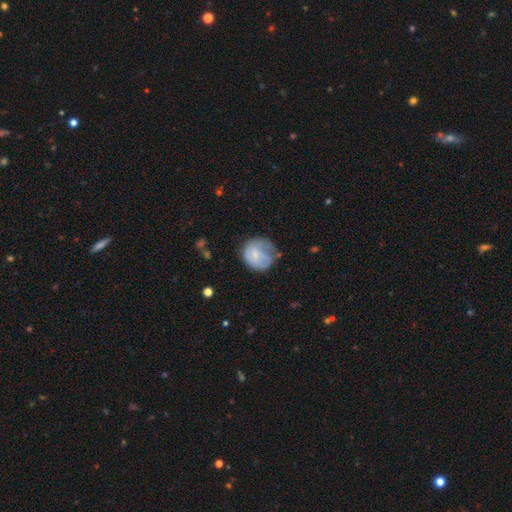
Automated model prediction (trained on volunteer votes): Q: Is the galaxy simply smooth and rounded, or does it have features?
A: smooth — 50%.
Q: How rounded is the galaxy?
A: round — 80%.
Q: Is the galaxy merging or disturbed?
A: none — 45%.